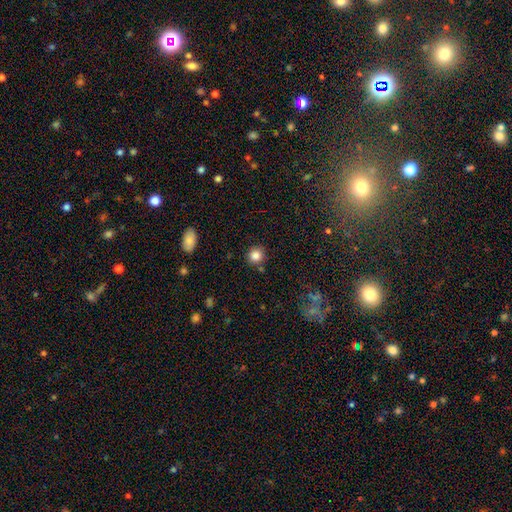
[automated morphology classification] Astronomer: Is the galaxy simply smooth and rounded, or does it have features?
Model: smooth — 85%.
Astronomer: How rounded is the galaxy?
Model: round — 90%.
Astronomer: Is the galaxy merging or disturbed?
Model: none — 84%.